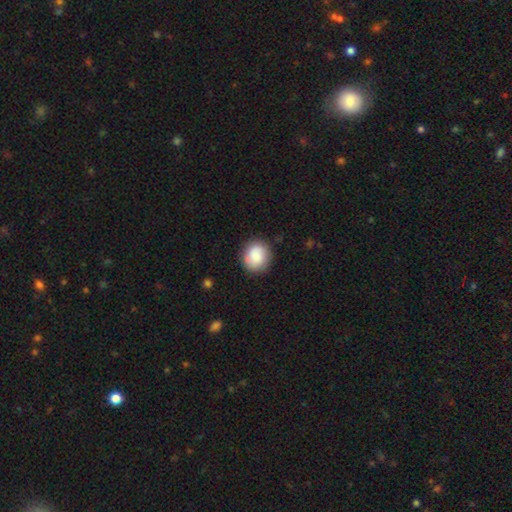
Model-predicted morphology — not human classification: This is clearly a smooth galaxy (85%). How rounded: likely round (77%). Merging: clearly none (85%).